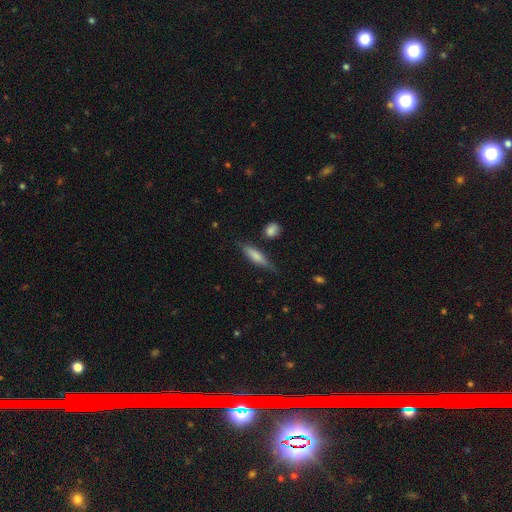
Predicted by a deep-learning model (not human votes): Smooth or featured? Predicted: smooth (p=0.61). How rounded? Predicted: cigar-shaped (p=0.71). Merging? Predicted: none (p=0.74).